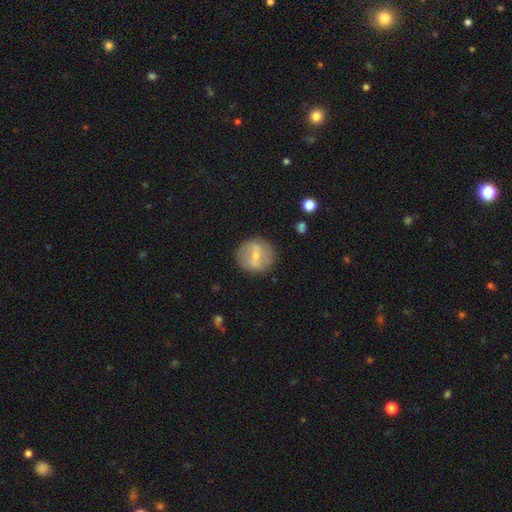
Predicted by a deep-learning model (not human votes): Smooth or featured? featured or disk (52%)
Edge-on disk? no (95%)
Merging? none (82%)